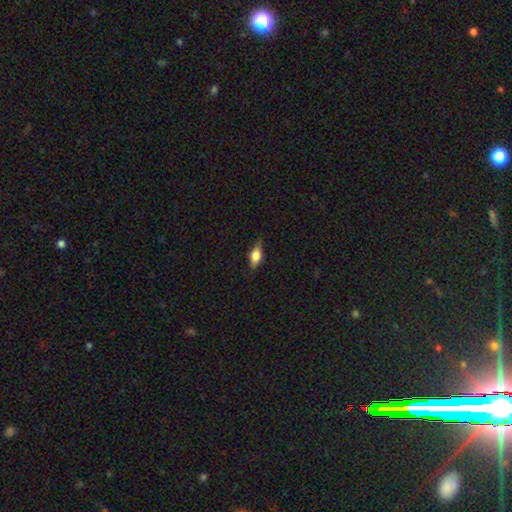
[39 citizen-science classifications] A smooth galaxy with no disk features (72%) that is in between round and cigar-shaped (68%). Merging: none (73%).